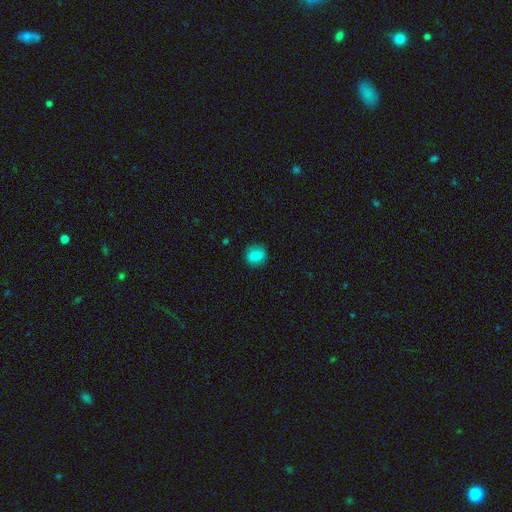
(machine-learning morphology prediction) smooth 83%, star or artifact 9%, featured or disk 7%. Down the decision tree: how rounded — round (81%); merging — none (87%).